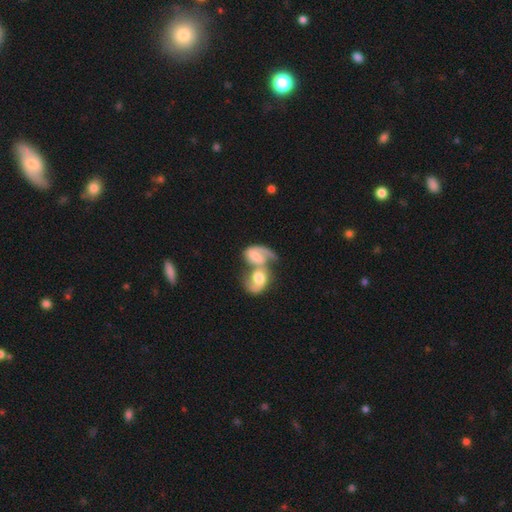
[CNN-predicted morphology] type=featured or disk (60%); edge-on=no (96%); bar=no (52%); spiral arms=yes (80%); bulge=moderate (42%); merging=merger (81%).